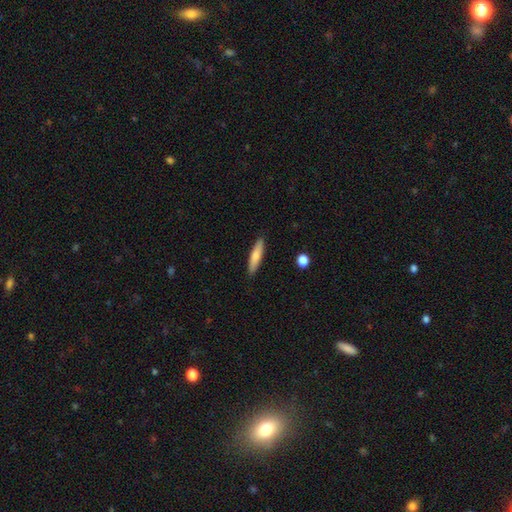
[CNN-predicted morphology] Smooth or featured? smooth (72%)
How rounded? cigar-shaped (82%)
Merging? none (88%)